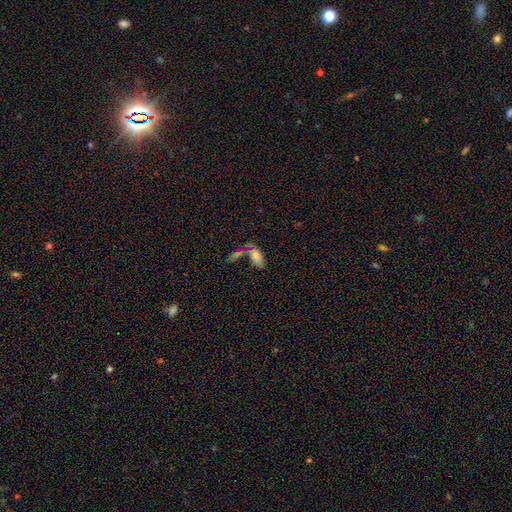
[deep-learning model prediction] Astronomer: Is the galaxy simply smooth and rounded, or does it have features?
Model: smooth — 74%.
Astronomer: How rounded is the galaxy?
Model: in between — 85%.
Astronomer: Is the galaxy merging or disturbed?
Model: merger — 45% (runner-up: none, 35%).